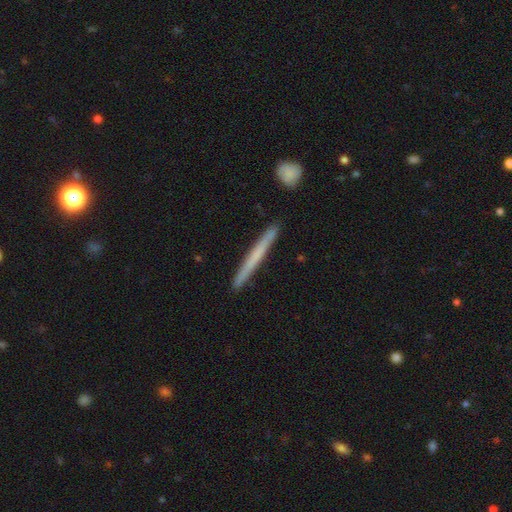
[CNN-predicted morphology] This appears to be a smooth galaxy with no disk features (52%) that is cigar-shaped (97%). Merging: none (90%).